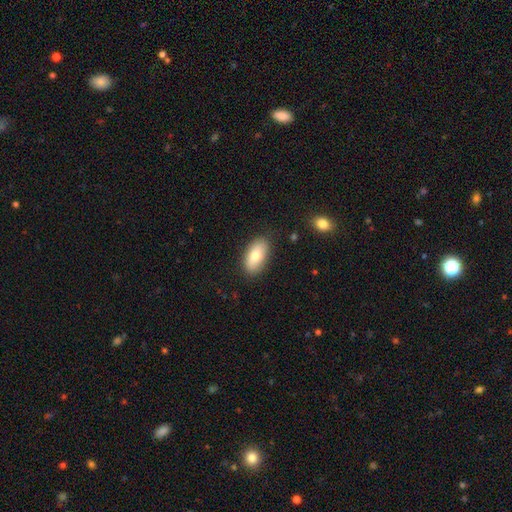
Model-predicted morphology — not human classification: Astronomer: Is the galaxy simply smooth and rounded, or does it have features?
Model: smooth — 76%.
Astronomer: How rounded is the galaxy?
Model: in between — 92%.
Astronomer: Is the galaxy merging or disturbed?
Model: none — 84%.